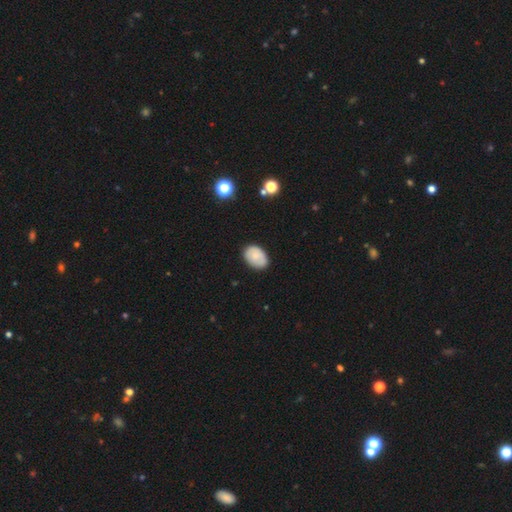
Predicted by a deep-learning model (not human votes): Overall: smooth (79%). How rounded: in between (85%). Merging: none (81%).